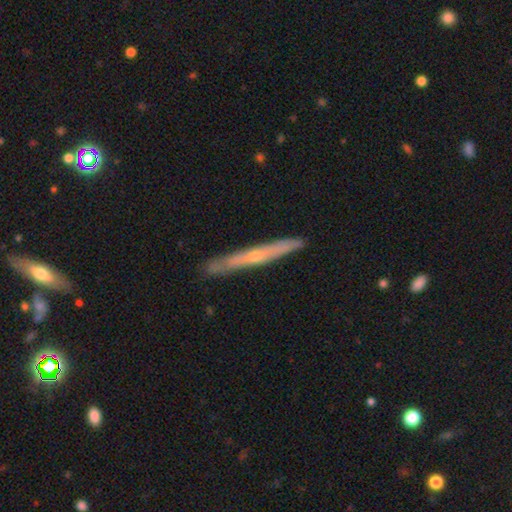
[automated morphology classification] A featured or disk galaxy (64%) viewed edge-on (93%) with a rounded central bulge (68%). Merging: none (87%).